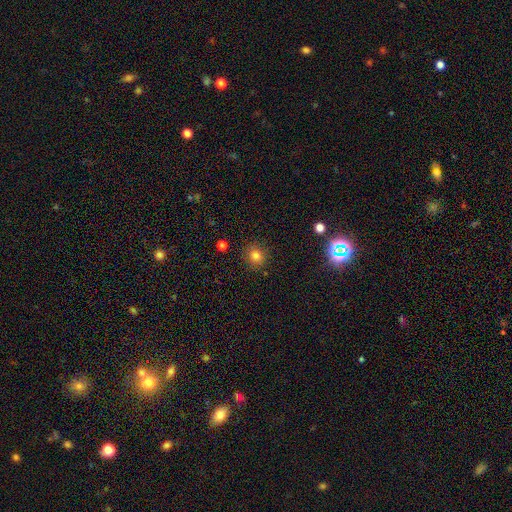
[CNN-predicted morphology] This appears to be a smooth galaxy with no disk features (80%) that is round (80%). Merging: none (87%).